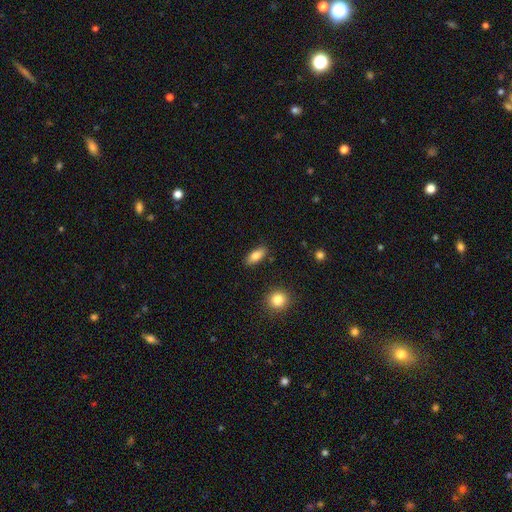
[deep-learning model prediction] smooth 81%, featured or disk 12%, star or artifact 7%. Down the decision tree: how rounded — in between (83%); merging — none (86%).